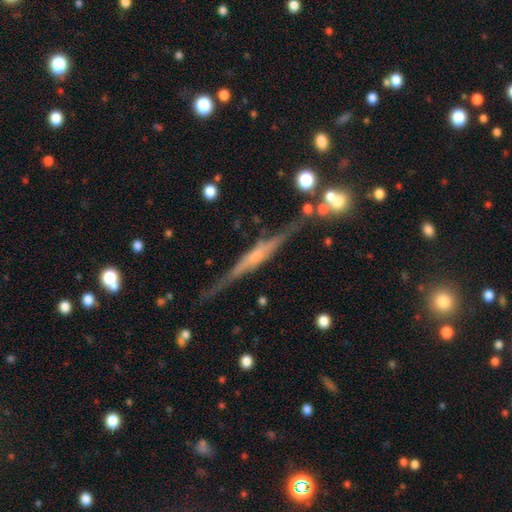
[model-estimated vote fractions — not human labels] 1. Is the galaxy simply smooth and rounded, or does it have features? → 80% featured or disk, 14% smooth, 7% star or artifact.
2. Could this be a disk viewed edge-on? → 97% yes, 3% no.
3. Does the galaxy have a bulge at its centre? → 68% rounded, 16% boxy, 15% none.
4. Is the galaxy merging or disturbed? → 80% none, 13% minor disturbance, 3% major disturbance, 3% merger.